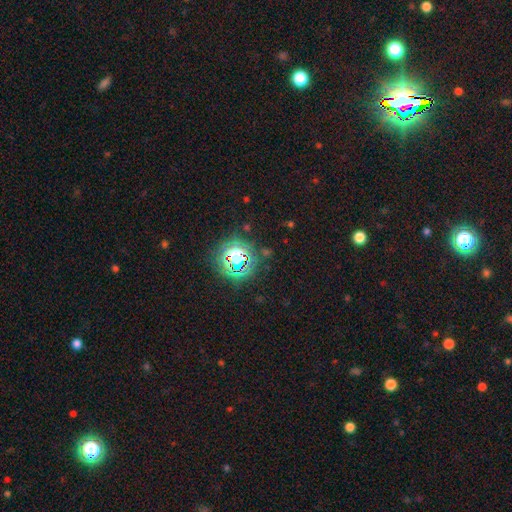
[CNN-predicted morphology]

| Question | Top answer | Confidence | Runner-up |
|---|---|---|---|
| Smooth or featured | star or artifact | 79% | smooth (14%) |